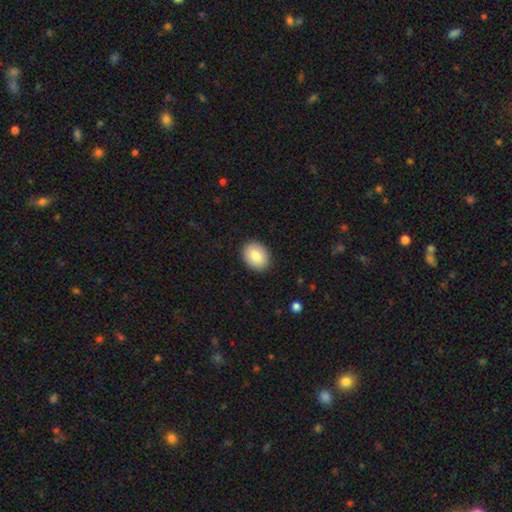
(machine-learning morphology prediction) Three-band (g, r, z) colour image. It shows a smooth galaxy with no disk features (83%) that is in between round and cigar-shaped (57%). Merging: none (90%).